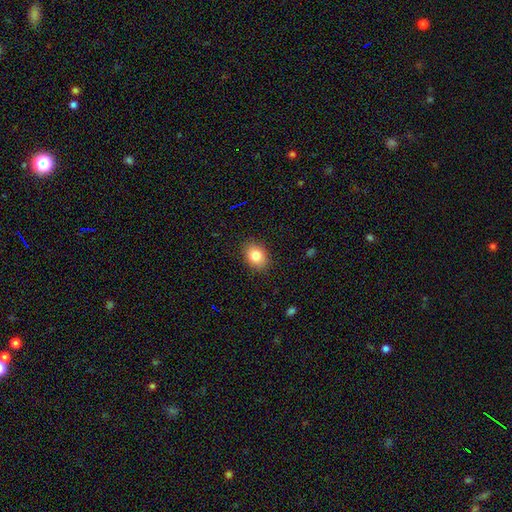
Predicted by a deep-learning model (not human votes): smooth_or_featured: smooth (p=0.83) [alt: star or artifact p=0.09]
how_rounded: in between (p=0.66) [alt: round p=0.33]
merging: none (p=0.88) [alt: minor disturbance p=0.09]